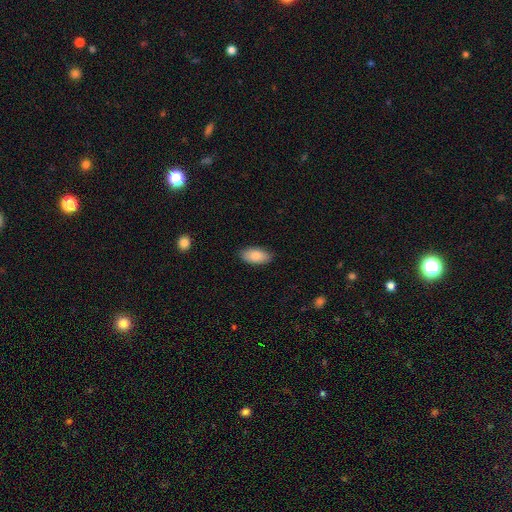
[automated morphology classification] type=smooth (86%); roundness=in between (93%); merging=none (85%).